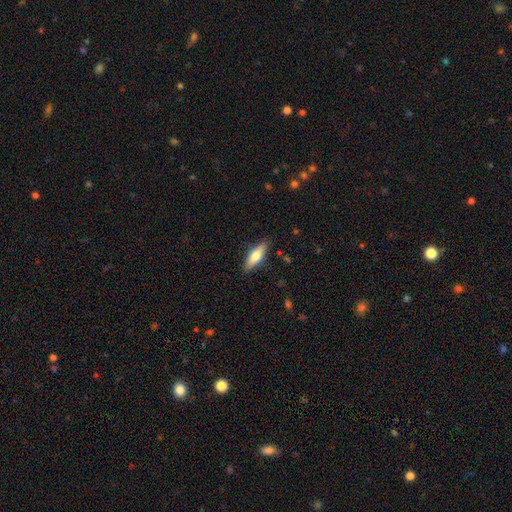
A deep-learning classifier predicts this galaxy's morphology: Smooth or featured? smooth (68%)
How rounded? in between (53%)
Merging? none (86%)